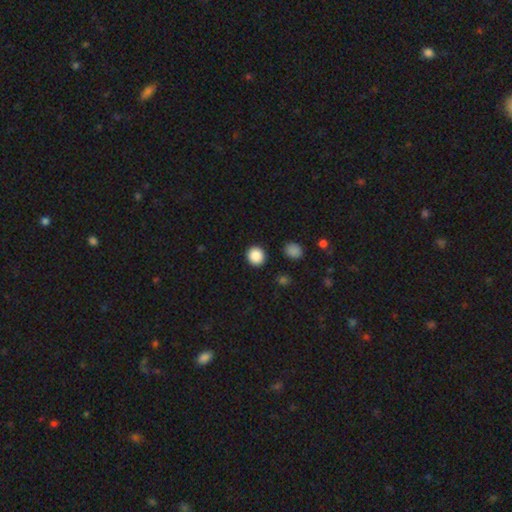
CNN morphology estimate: This appears to be a smooth galaxy with no disk features (88%) that is round (88%). Merging: none (91%).